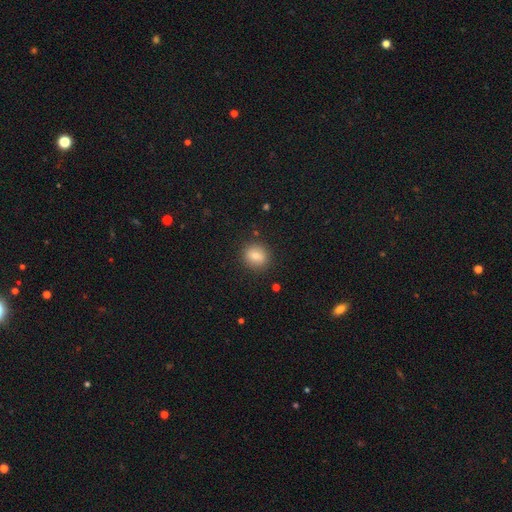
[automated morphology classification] smooth-or-featured: smooth: 81% | featured or disk: 10% | star or artifact: 9%
  how-rounded: round: 72% | in between: 27% | cigar-shaped: 1%
  merging: none: 86% | minor disturbance: 9% | major disturbance: 3% | merger: 2%